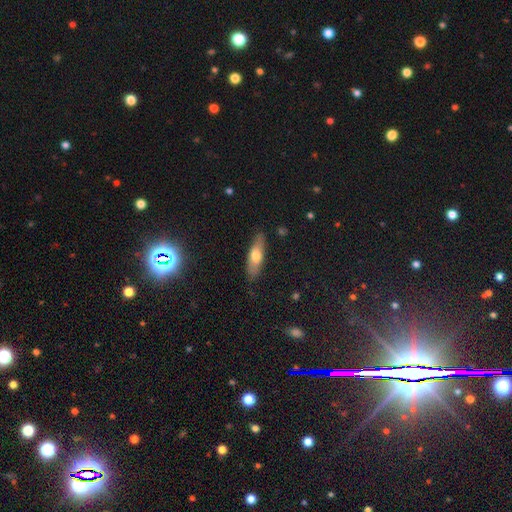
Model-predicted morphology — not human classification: type=smooth (62%); roundness=in between (50%); merging=none (84%).